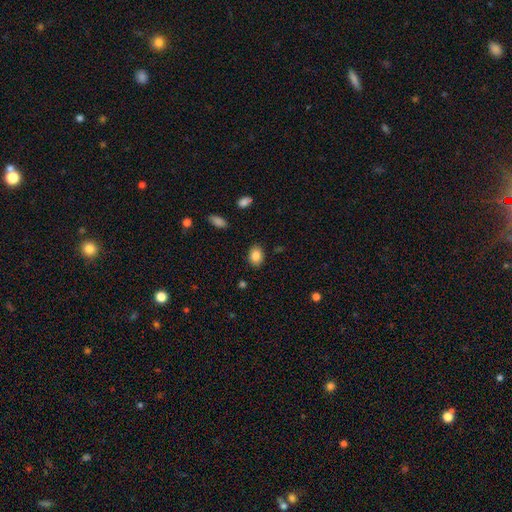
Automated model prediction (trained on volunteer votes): Smooth or featured: smooth — 85% (star or artifact — 8%)
How rounded: in between — 68% (round — 31%)
Merging: none — 87% (minor disturbance — 9%)